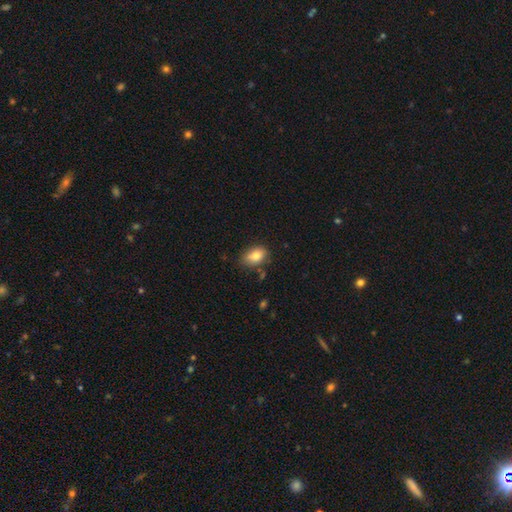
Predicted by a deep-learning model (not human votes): smooth-or-featured: smooth: 83% | featured or disk: 9% | star or artifact: 8%
  how-rounded: in between: 86% | round: 12% | cigar-shaped: 2%
  merging: none: 73% | minor disturbance: 19% | merger: 4% | major disturbance: 4%